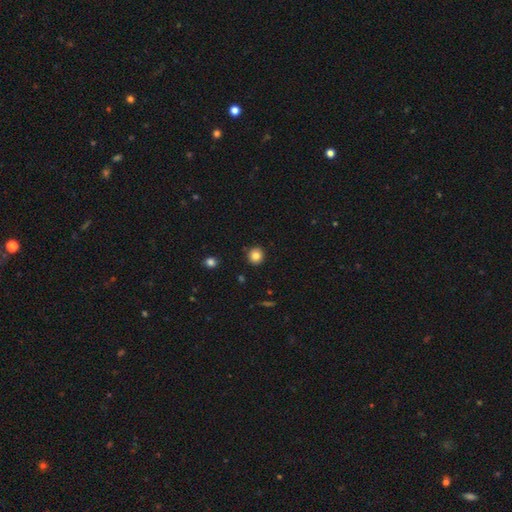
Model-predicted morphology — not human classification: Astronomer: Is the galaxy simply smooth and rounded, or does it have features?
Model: smooth — 83%.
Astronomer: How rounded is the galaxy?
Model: round — 91%.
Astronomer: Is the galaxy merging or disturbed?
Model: none — 90%.